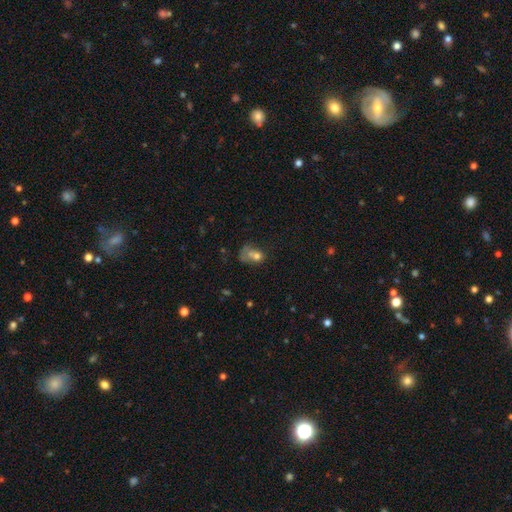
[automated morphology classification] This appears to be a smooth galaxy with no disk features (60%) that is in between round and cigar-shaped (56%). Merging: merger (46%).